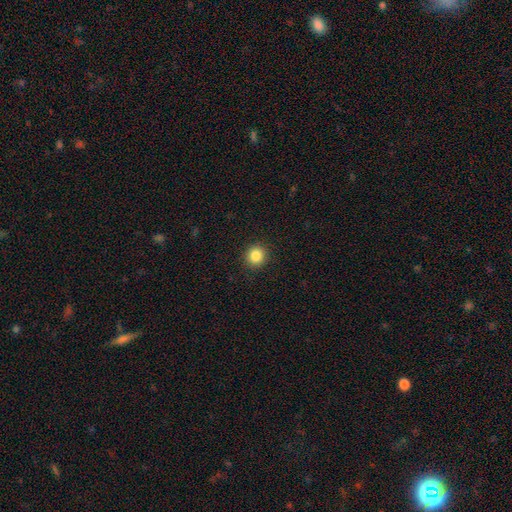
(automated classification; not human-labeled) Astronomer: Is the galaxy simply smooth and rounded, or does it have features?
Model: smooth — 85%.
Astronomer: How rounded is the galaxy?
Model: round — 90%.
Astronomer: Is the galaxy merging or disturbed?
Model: none — 92%.